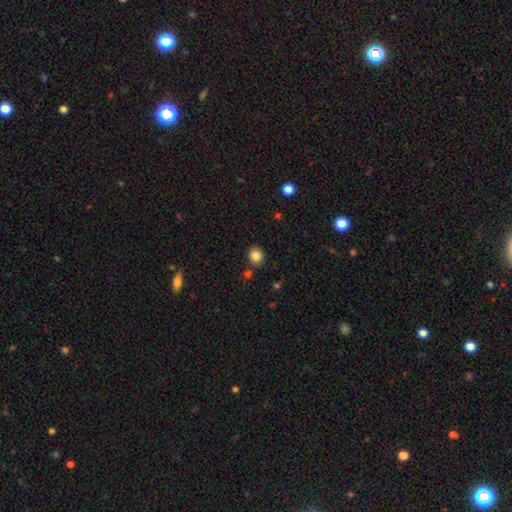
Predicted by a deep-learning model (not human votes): This appears to be a smooth galaxy with no disk features (85%) that is round (72%). Merging: none (83%).